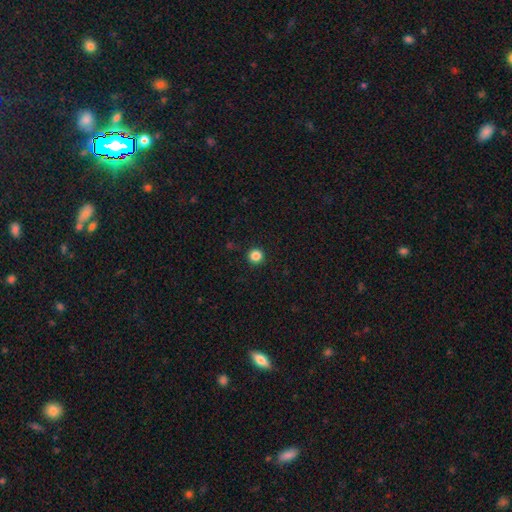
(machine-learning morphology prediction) Smooth or featured: smooth — 85% (star or artifact — 12%)
How rounded: round — 96% (in between — 3%)
Merging: none — 93% (minor disturbance — 4%)